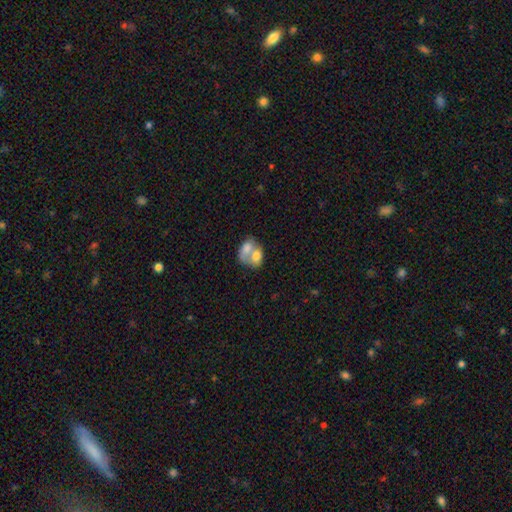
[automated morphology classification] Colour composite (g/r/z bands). It shows a smooth galaxy with no disk features (67%) that is in between round and cigar-shaped (71%). Merging: merger (74%).